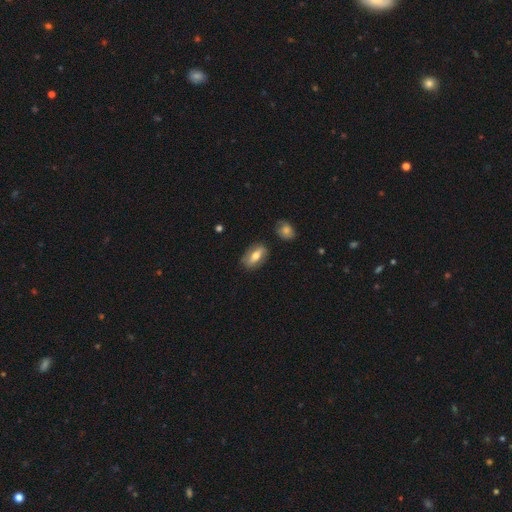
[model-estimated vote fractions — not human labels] A smooth galaxy with no disk features (57%) that is in between round and cigar-shaped (80%). Merging: none (79%).